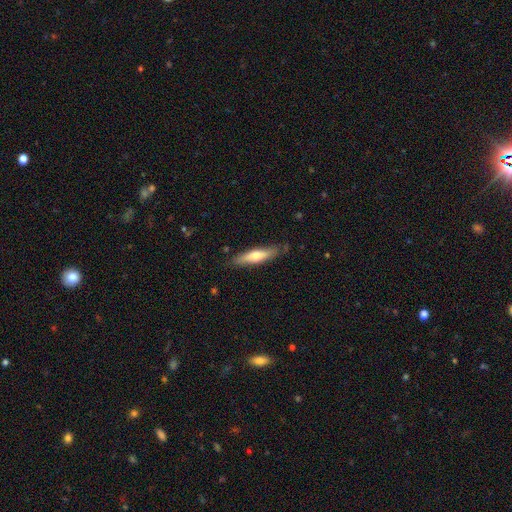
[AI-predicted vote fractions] A smooth galaxy with no disk features (56%) that is cigar-shaped (74%). Merging: none (81%).